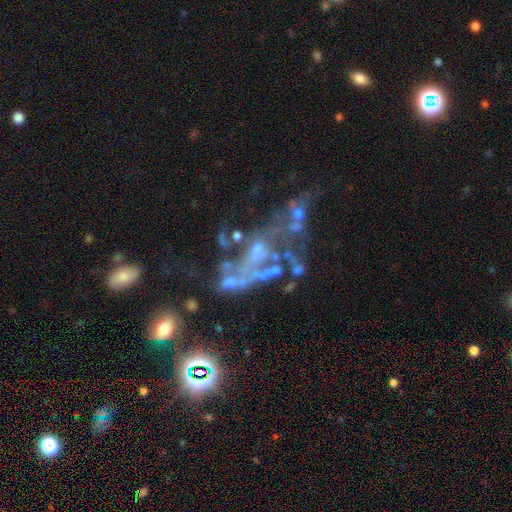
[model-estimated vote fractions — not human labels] Overall: featured or disk (66%). Edge-on disk: no (96%). Bar: no (86%). Spiral arms: no (77%). Bulge size: none (57%; small 26%). Merging: major disturbance (37%; merger 25%).